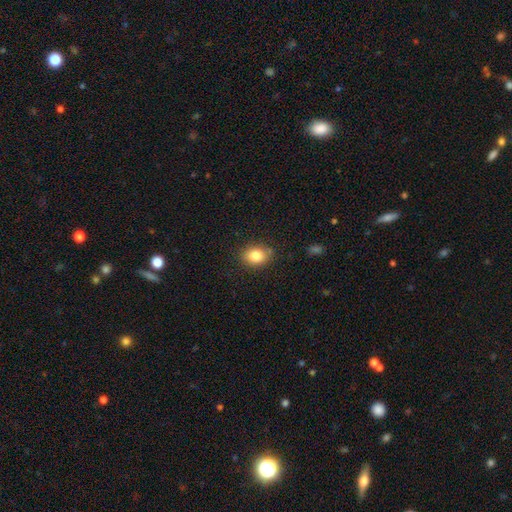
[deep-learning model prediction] Smooth or featured: smooth — 82% (star or artifact — 9%)
How rounded: in between — 68% (round — 31%)
Merging: none — 83% (minor disturbance — 13%)